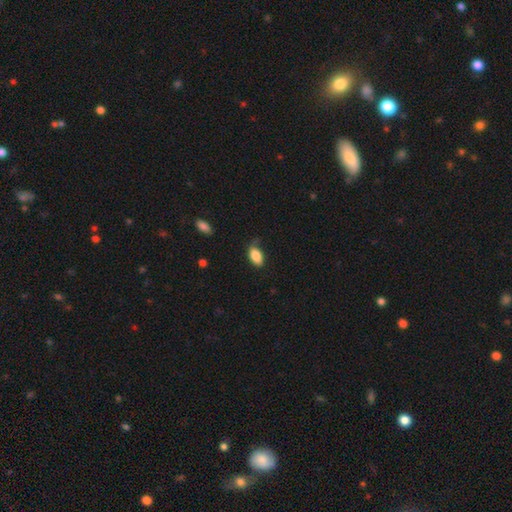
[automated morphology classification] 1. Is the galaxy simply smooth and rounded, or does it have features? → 83% smooth, 10% featured or disk, 7% star or artifact.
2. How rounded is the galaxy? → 92% in between, 4% round, 4% cigar-shaped.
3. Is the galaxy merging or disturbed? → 58% none, 30% minor disturbance, 10% major disturbance, 2% merger.